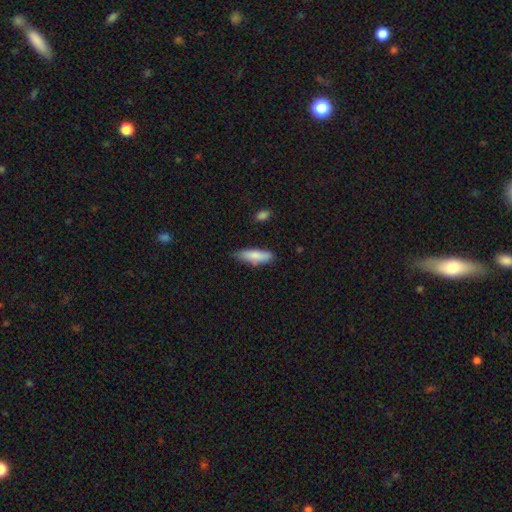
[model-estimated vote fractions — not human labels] smooth-or-featured: smooth: 83% | featured or disk: 11% | star or artifact: 6%
  how-rounded: cigar-shaped: 52% | in between: 46% | round: 2%
  merging: none: 74% | minor disturbance: 20% | major disturbance: 3% | merger: 2%